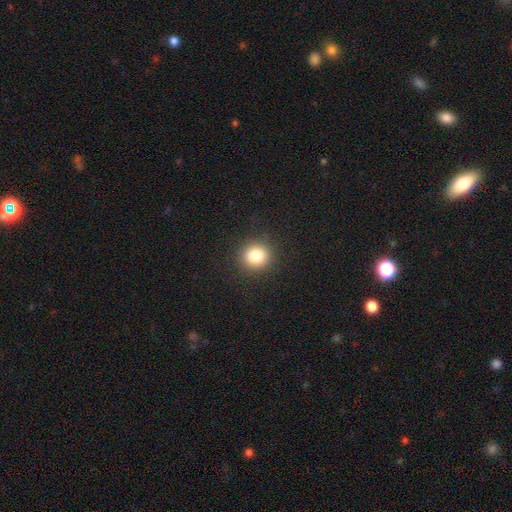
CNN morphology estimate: Smooth or featured?
  - smooth: 83% *
  - star or artifact: 12%
  - featured or disk: 6%
How rounded?
  - round: 89% *
  - in between: 10%
  - cigar-shaped: 1%
Merging?
  - none: 91% *
  - minor disturbance: 6%
  - major disturbance: 2%
  - merger: 1%